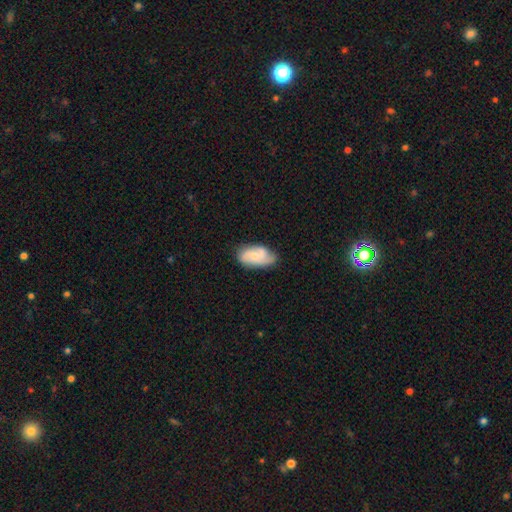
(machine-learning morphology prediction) smooth-or-featured: featured or disk: 57% | smooth: 37% | star or artifact: 6%
  disk-edge-on: no: 96% | yes: 4%
    bar: no: 70% | weak: 26% | strong: 4%
    has-spiral-arms: yes: 90% | no: 10%
    bulge-size: small: 56% | moderate: 35% | none: 6% | large: 2% | dominant: 1%
  merging: none: 66% | minor disturbance: 26% | major disturbance: 6% | merger: 2%